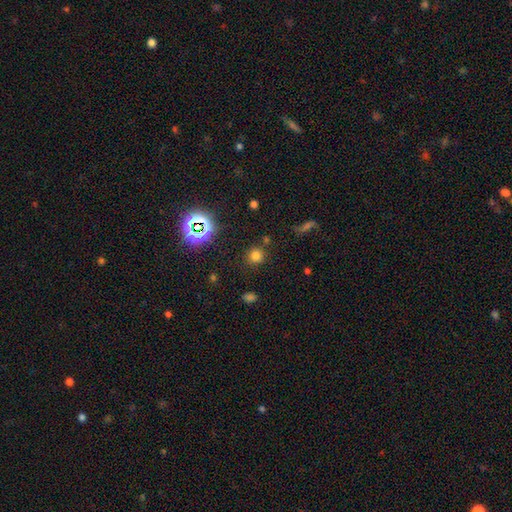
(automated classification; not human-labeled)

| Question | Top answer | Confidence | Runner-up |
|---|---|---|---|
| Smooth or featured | smooth | 69% | star or artifact (24%) |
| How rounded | round | 90% | in between (9%) |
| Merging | none | 82% | minor disturbance (9%) |